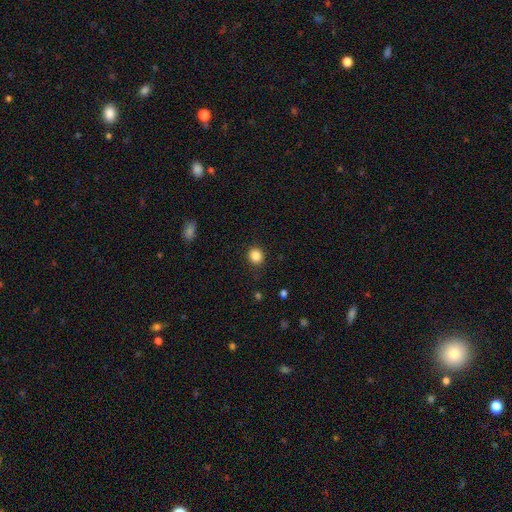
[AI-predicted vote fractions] This appears to be a smooth galaxy with no disk features (86%) that is round (85%). Merging: none (88%).